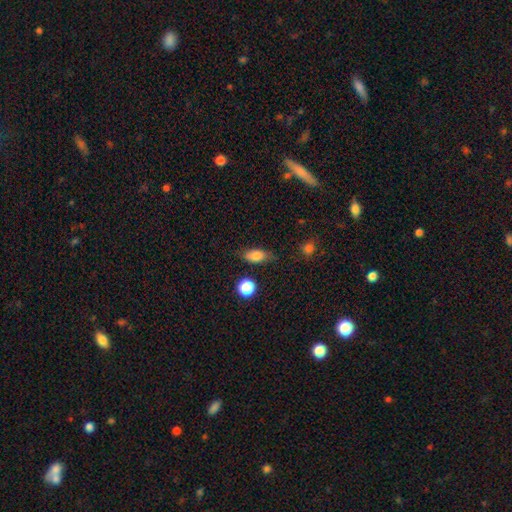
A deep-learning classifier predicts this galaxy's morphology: Smooth or featured? Predicted: smooth (p=0.80). How rounded? Predicted: in between (p=0.80). Merging? Predicted: none (p=0.74).